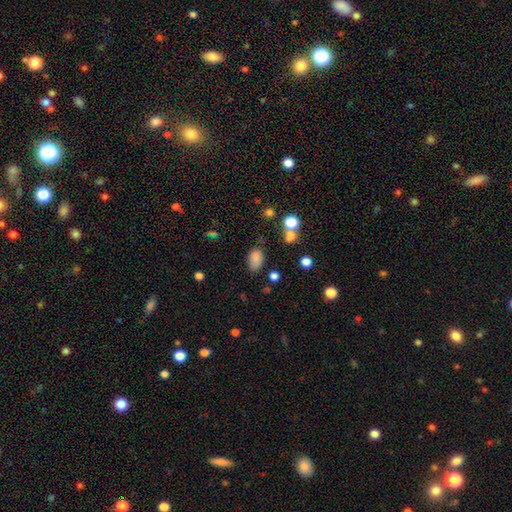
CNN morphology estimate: The model was most divided on "merging": none: 72%, minor disturbance: 18%, major disturbance: 6%, merger: 4%. More confident: how rounded — in between (88%); smooth or featured — smooth (81%).